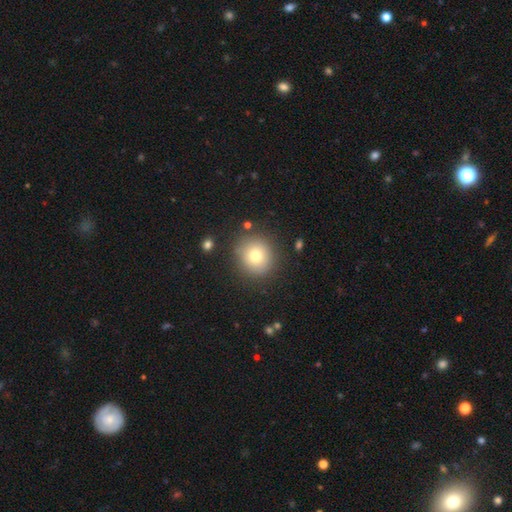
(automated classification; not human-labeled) The model was most divided on "smooth or featured": smooth: 76%, featured or disk: 13%, star or artifact: 12%. More confident: how rounded — round (87%); merging — none (85%).